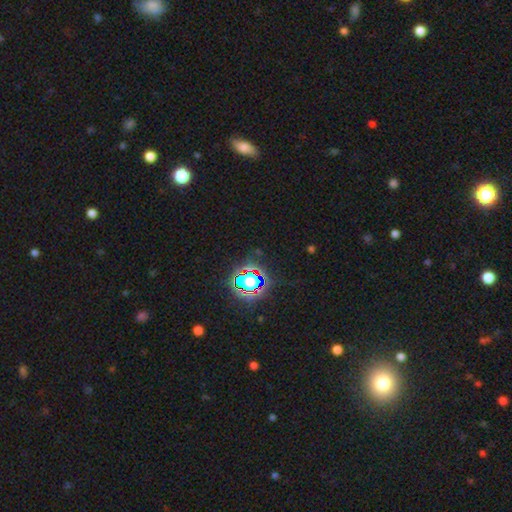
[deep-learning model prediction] Morphology: type=star or artifact (78%).